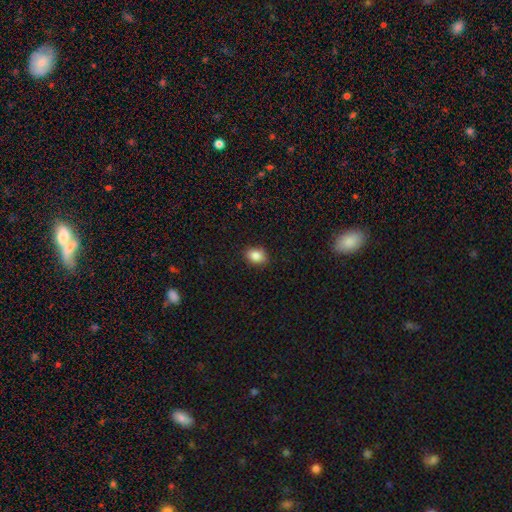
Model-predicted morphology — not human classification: This is clearly a smooth galaxy (86%). How rounded: likely in between (68%). Merging: clearly none (87%).